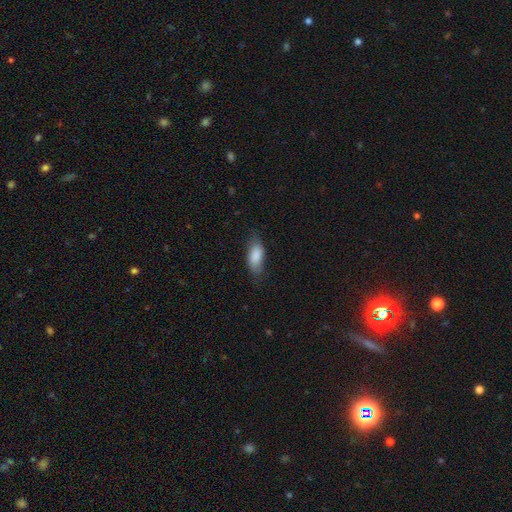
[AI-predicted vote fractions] smooth-or-featured: smooth: 84% | featured or disk: 10% | star or artifact: 6%
  how-rounded: in between: 84% | cigar-shaped: 14% | round: 2%
  merging: none: 69% | minor disturbance: 23% | major disturbance: 6% | merger: 1%